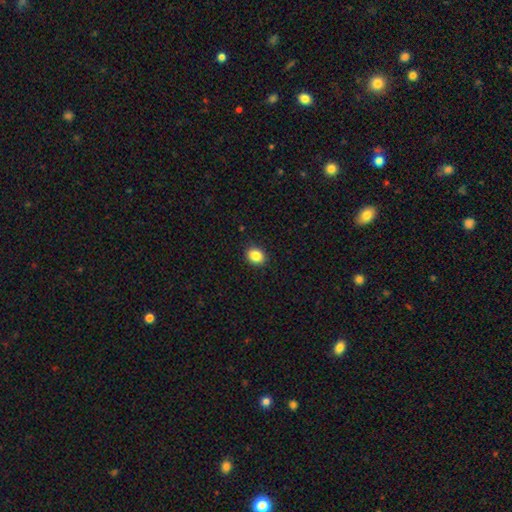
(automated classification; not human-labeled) The model was most divided on "how rounded": round: 54%, in between: 45%, cigar-shaped: 1%. More confident: merging — none (90%); smooth or featured — smooth (85%).